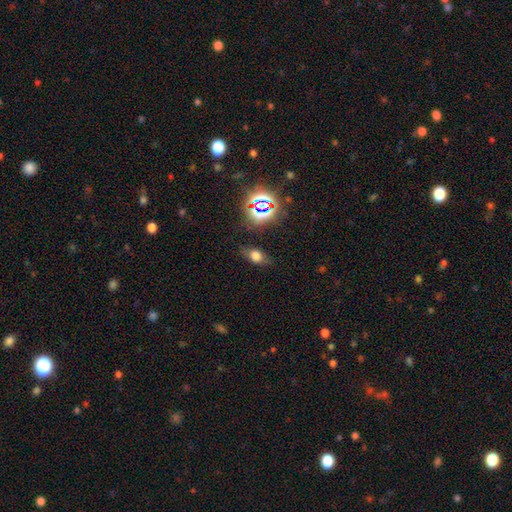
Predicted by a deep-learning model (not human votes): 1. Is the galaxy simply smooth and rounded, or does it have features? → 62% smooth, 23% star or artifact, 15% featured or disk.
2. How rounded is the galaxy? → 78% in between, 18% round, 4% cigar-shaped.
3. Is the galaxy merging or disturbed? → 76% none, 16% minor disturbance, 6% major disturbance, 2% merger.